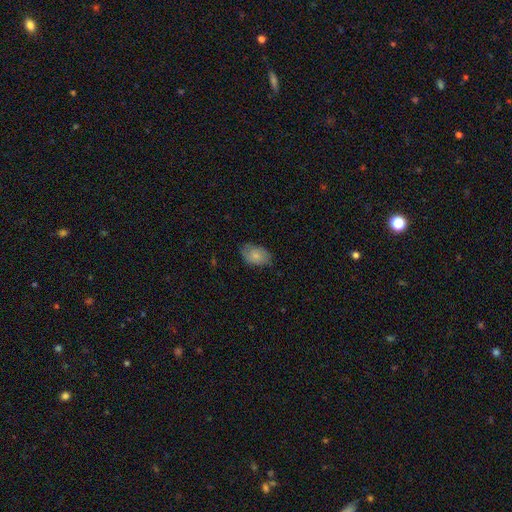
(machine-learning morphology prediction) smooth-or-featured: smooth: 78% | featured or disk: 16% | star or artifact: 7%
  how-rounded: in between: 89% | round: 10% | cigar-shaped: 1%
  merging: none: 71% | minor disturbance: 23% | major disturbance: 5% | merger: 1%